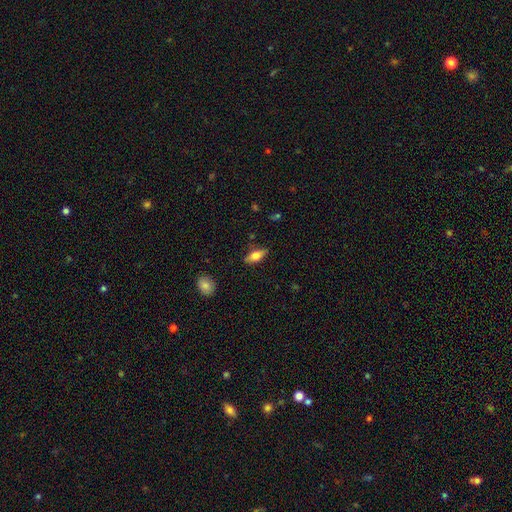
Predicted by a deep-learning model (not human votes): Q: Smooth or featured?
A: smooth (60%); runner-up: featured or disk (33%)
Q: How rounded?
A: in between (73%); runner-up: cigar-shaped (24%)
Q: Merging?
A: none (84%); runner-up: minor disturbance (12%)